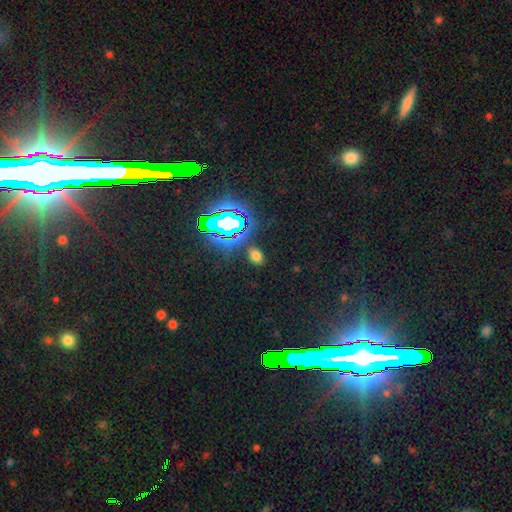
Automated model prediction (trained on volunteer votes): Smooth or featured? smooth (59%)
How rounded? in between (72%)
Merging? none (85%)